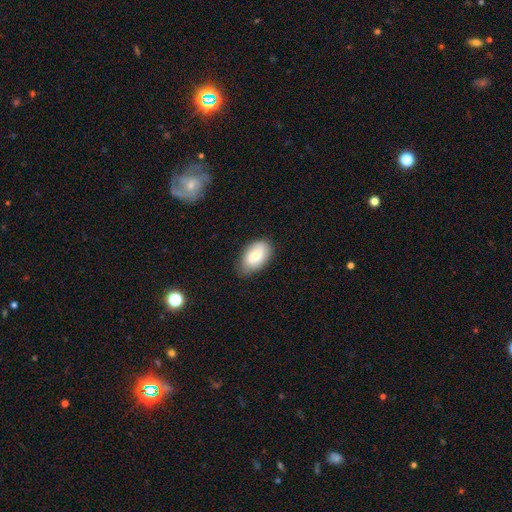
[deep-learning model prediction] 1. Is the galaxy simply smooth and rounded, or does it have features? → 73% smooth, 20% featured or disk, 6% star or artifact.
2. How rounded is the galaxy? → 92% in between, 7% round, 2% cigar-shaped.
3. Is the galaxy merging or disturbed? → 77% none, 19% minor disturbance, 3% major disturbance, 1% merger.